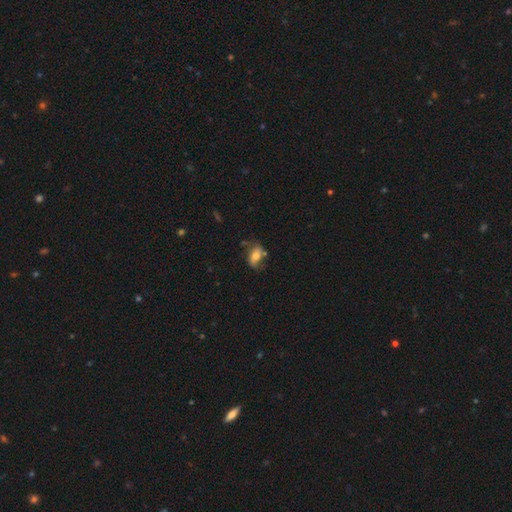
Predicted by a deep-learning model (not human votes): This is likely a smooth galaxy (62%). How rounded: clearly in between (87%). Merging: possibly none (57%).